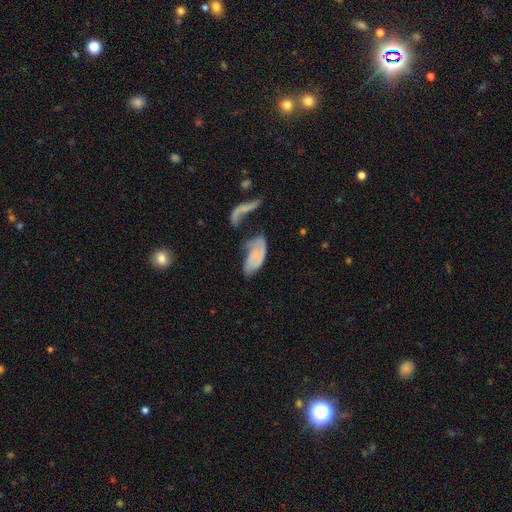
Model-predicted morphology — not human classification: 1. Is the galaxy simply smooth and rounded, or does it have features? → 49% featured or disk, 40% smooth, 10% star or artifact.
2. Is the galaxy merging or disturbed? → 29% major disturbance, 28% merger, 23% none, 20% minor disturbance.